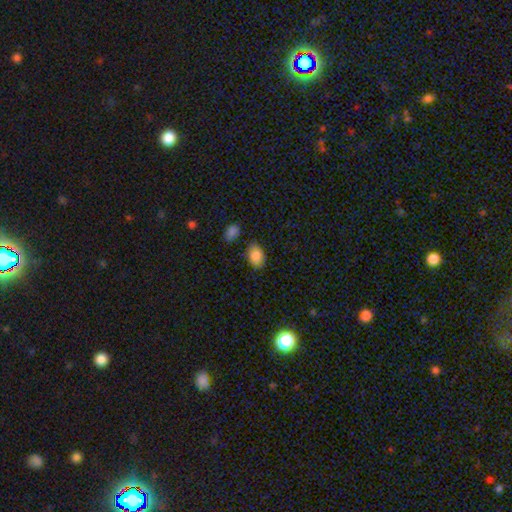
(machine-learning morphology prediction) Overall: smooth (85%). How rounded: in between (80%). Merging: none (79%).